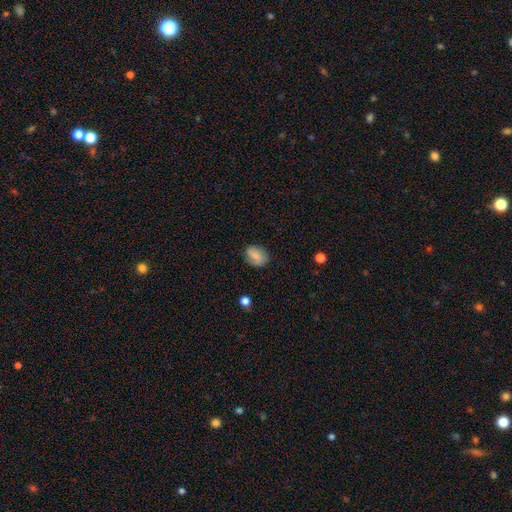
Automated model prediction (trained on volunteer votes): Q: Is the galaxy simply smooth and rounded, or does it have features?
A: smooth — 72%.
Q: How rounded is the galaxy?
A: in between — 65%.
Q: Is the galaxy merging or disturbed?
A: none — 80%.